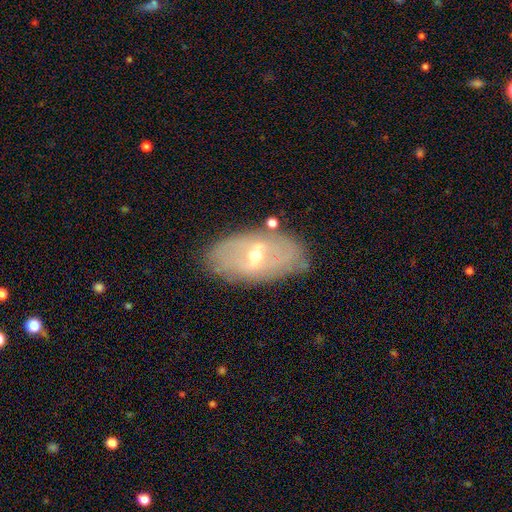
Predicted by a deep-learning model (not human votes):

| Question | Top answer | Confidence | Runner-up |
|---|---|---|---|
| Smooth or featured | featured or disk | 68% | smooth (24%) |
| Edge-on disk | no | 87% | yes (13%) |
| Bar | weak | 50% | strong (32%) |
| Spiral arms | no | 52% | yes (48%) |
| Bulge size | moderate | 55% | small (41%) |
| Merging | none | 78% | minor disturbance (15%) |